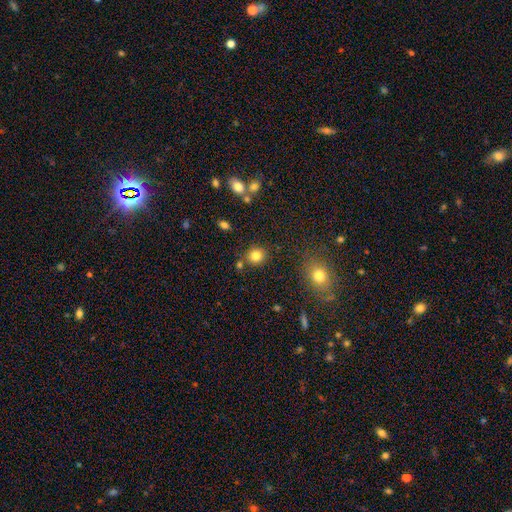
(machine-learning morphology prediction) type=smooth (82%); roundness=round (85%); merging=none (81%).